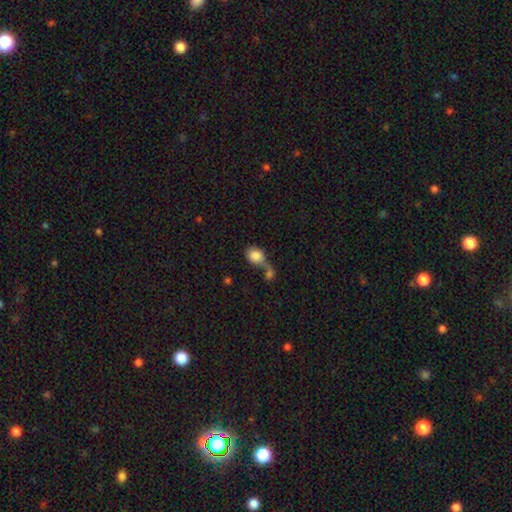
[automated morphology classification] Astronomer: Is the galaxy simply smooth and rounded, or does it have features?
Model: smooth — 82%.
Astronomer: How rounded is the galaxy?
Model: in between — 51% (runner-up: round, 47%).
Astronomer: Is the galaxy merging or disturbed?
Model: merger — 56%.